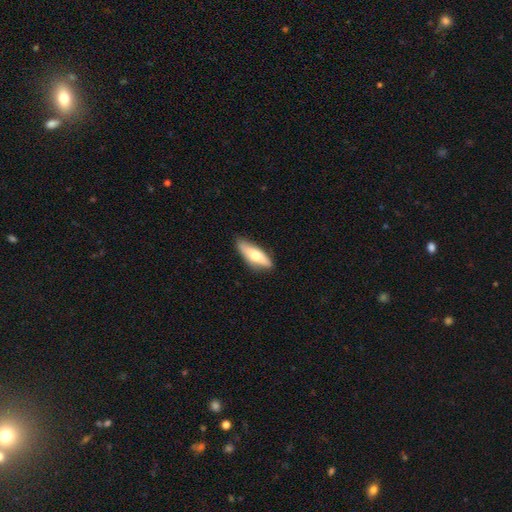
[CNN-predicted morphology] The model was most divided on "how rounded": in between: 52%, cigar-shaped: 46%, round: 2%. More confident: merging — none (81%); smooth or featured — smooth (61%).